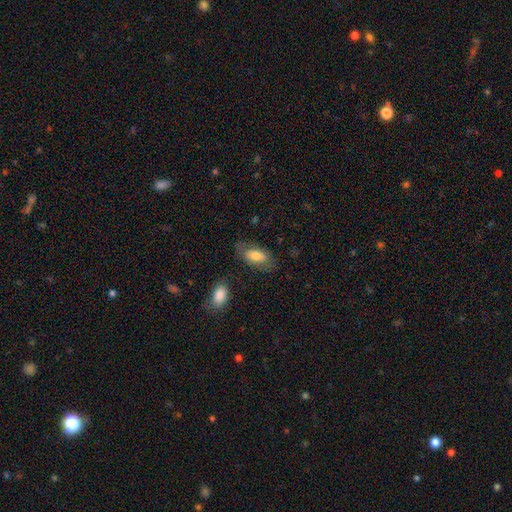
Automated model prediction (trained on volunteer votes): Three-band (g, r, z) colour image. It shows a smooth galaxy with no disk features (70%) that is in between round and cigar-shaped (91%). Merging: none (70%).